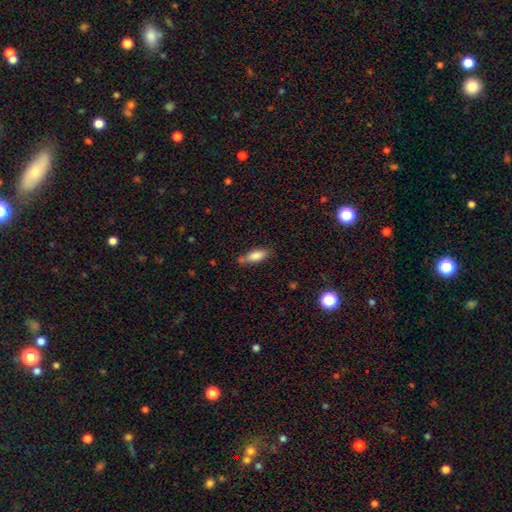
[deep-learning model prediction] Q: Smooth or featured?
A: smooth (82%); runner-up: featured or disk (10%)
Q: How rounded?
A: in between (71%); runner-up: cigar-shaped (27%)
Q: Merging?
A: none (65%); runner-up: minor disturbance (23%)